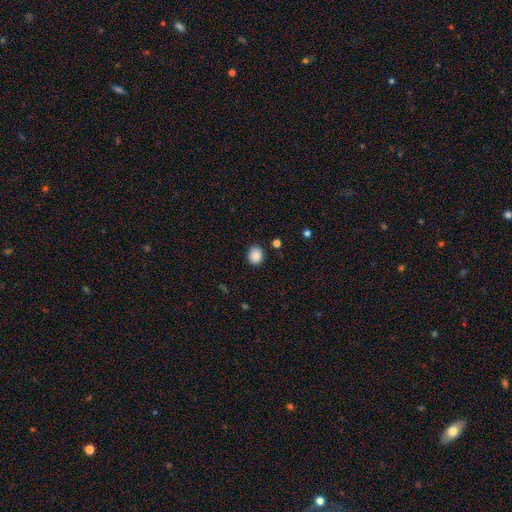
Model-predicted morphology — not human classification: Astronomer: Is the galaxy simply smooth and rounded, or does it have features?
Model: smooth — 87%.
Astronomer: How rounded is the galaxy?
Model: round — 67%.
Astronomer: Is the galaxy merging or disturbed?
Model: none — 86%.